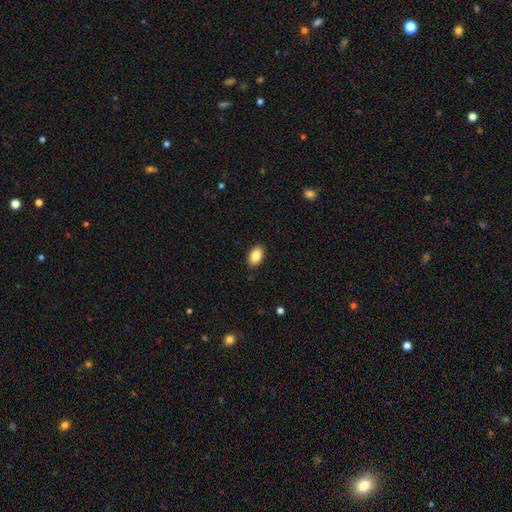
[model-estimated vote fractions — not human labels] Smooth or featured: smooth — 86% (star or artifact — 7%)
How rounded: in between — 91% (round — 8%)
Merging: none — 89% (minor disturbance — 8%)